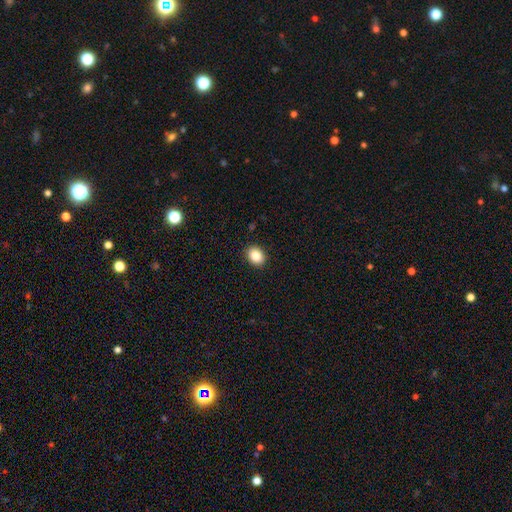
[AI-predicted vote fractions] Smooth or featured?
  - smooth: 87% *
  - star or artifact: 9%
  - featured or disk: 4%
How rounded?
  - in between: 54% *
  - round: 45%
  - cigar-shaped: 1%
Merging?
  - none: 90% *
  - minor disturbance: 7%
  - major disturbance: 2%
  - merger: 1%